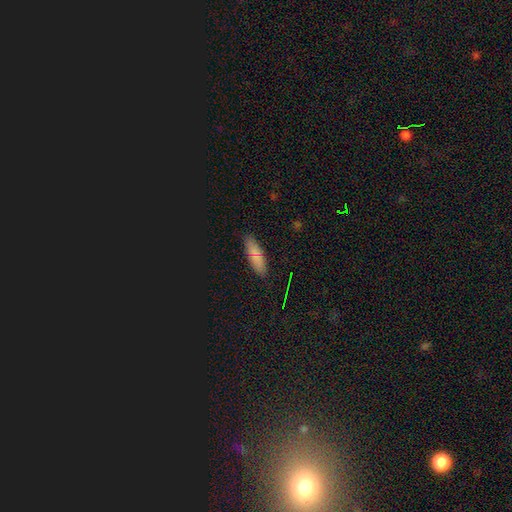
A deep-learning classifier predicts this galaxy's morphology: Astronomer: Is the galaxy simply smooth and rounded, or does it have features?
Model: smooth — 73%.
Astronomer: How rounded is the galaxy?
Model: in between — 59% (runner-up: cigar-shaped, 38%).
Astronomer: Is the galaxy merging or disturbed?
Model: none — 87%.